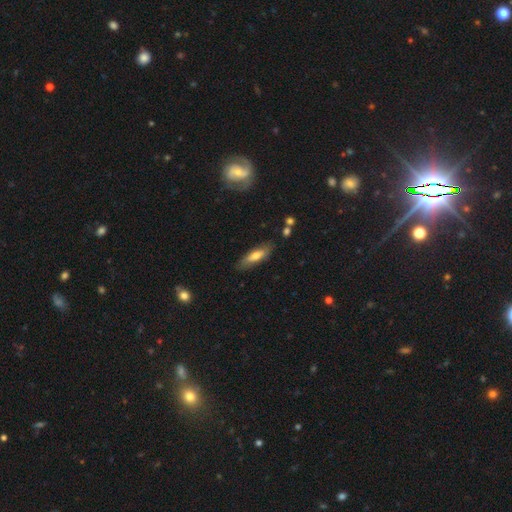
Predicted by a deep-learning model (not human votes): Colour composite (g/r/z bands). It shows a smooth galaxy with no disk features (62%) that is cigar-shaped (54%). Merging: none (81%).